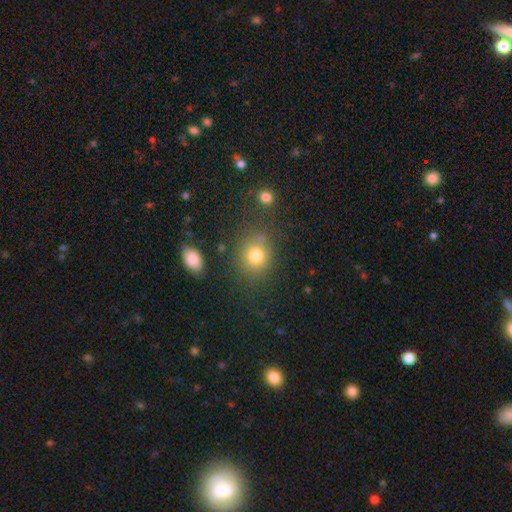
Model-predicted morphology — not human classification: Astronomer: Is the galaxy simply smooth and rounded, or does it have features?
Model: smooth — 78%.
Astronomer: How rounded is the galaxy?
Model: round — 74%.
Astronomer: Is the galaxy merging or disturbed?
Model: none — 74%.